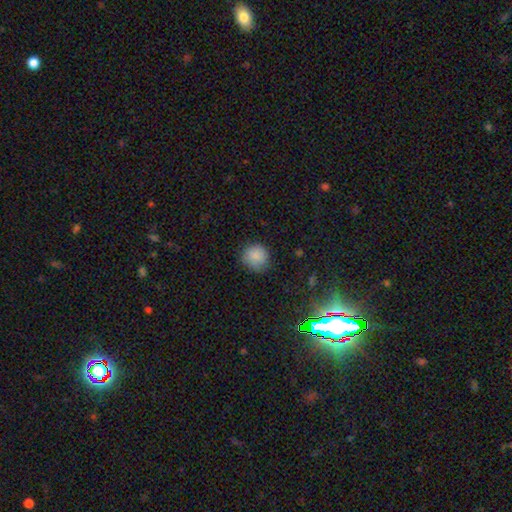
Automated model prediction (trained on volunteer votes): smooth-or-featured: smooth: 85% | star or artifact: 9% | featured or disk: 5%
  how-rounded: round: 90% | in between: 9% | cigar-shaped: 1%
  merging: none: 77% | minor disturbance: 18% | major disturbance: 4% | merger: 1%